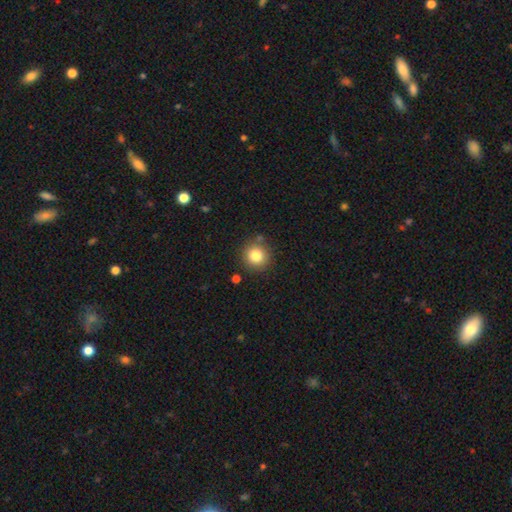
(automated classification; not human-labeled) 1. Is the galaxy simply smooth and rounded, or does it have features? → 82% smooth, 11% star or artifact, 7% featured or disk.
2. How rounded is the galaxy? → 93% round, 6% in between, 1% cigar-shaped.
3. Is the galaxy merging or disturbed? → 85% none, 9% minor disturbance, 4% merger, 3% major disturbance.